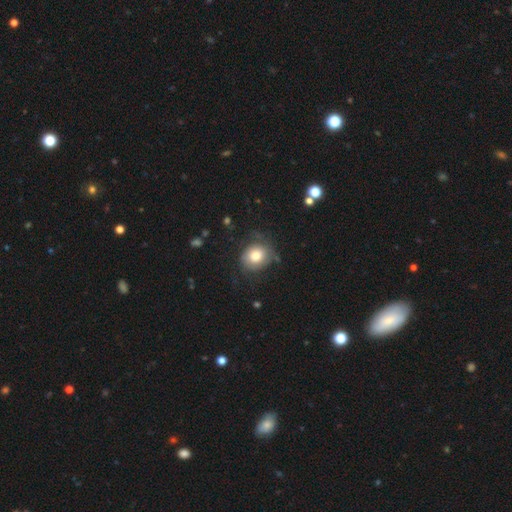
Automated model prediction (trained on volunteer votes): Smooth or featured?
  - smooth: 71% *
  - featured or disk: 20%
  - star or artifact: 8%
How rounded?
  - round: 74% *
  - in between: 25%
  - cigar-shaped: 1%
Merging?
  - none: 63% *
  - minor disturbance: 23%
  - major disturbance: 12%
  - merger: 2%